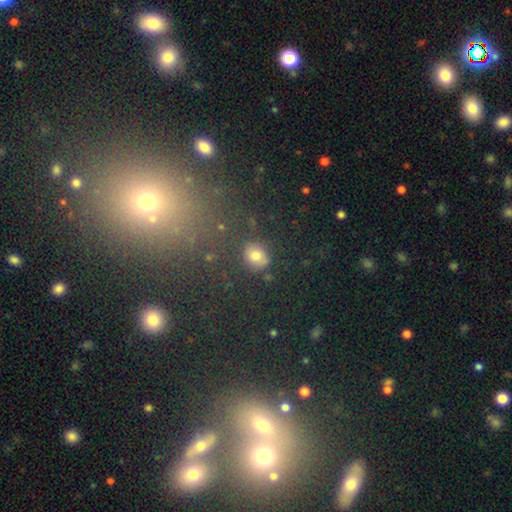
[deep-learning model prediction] Smooth or featured?
  - smooth: 74% *
  - star or artifact: 17%
  - featured or disk: 9%
How rounded?
  - round: 53% *
  - in between: 45%
  - cigar-shaped: 2%
Merging?
  - none: 76% *
  - minor disturbance: 14%
  - major disturbance: 5%
  - merger: 4%